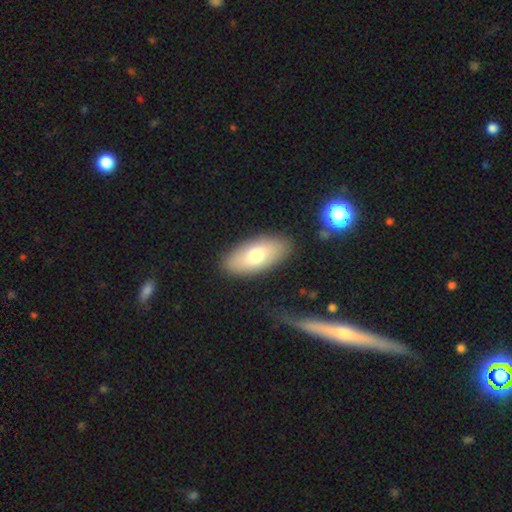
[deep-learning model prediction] Smooth or featured?
  - smooth: 70% *
  - featured or disk: 23%
  - star or artifact: 7%
How rounded?
  - in between: 89% *
  - cigar-shaped: 8%
  - round: 3%
Merging?
  - none: 84% *
  - minor disturbance: 10%
  - major disturbance: 3%
  - merger: 2%